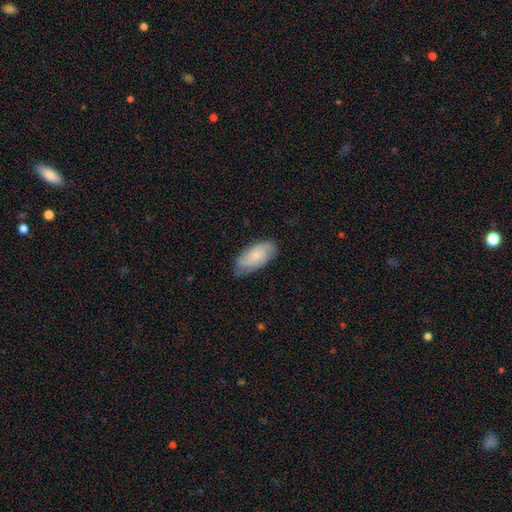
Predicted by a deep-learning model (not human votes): smooth 58%, featured or disk 35%, star or artifact 7%. Down the decision tree: how rounded — in between (91%); merging — none (72%).